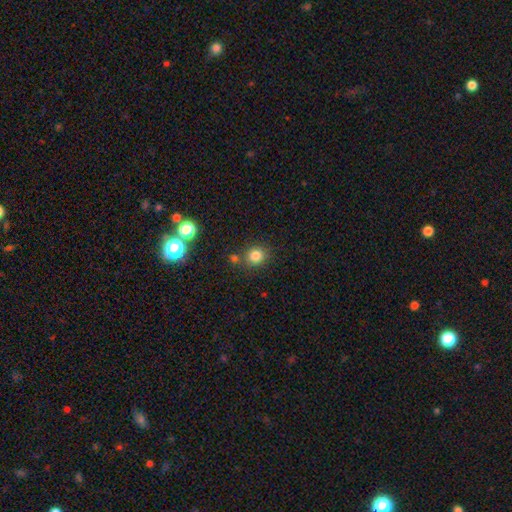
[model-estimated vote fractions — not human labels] Q: Smooth or featured?
A: smooth (81%); runner-up: star or artifact (13%)
Q: How rounded?
A: round (87%); runner-up: in between (12%)
Q: Merging?
A: none (77%); runner-up: minor disturbance (10%)